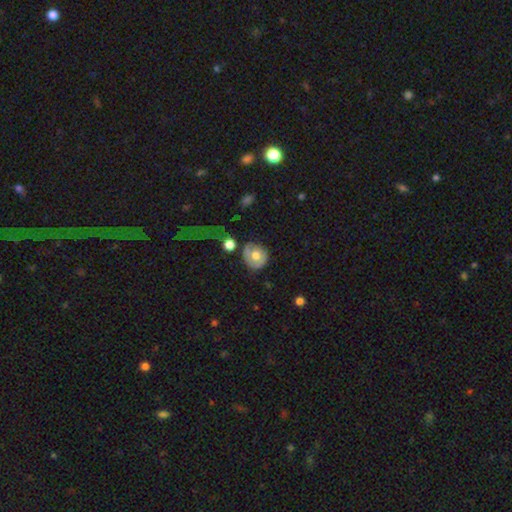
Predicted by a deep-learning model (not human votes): Morphology: type=smooth (51%); roundness=round (76%); merging=none (61%).